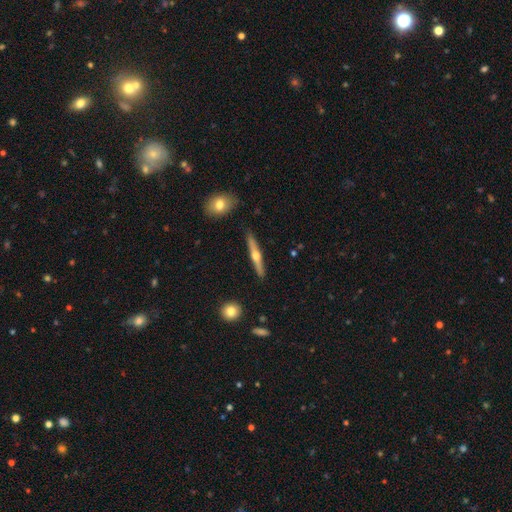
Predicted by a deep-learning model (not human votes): This is likely a featured or disk galaxy (69%). It is clearly viewed edge-on (98%). Edge-on bulge: clearly rounded (94%). Merging: clearly none (90%).